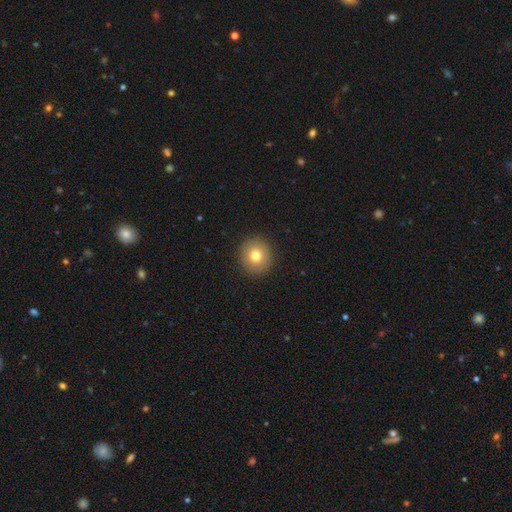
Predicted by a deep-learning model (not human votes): This appears to be a smooth galaxy with no disk features (78%) that is round (92%). Merging: none (92%).